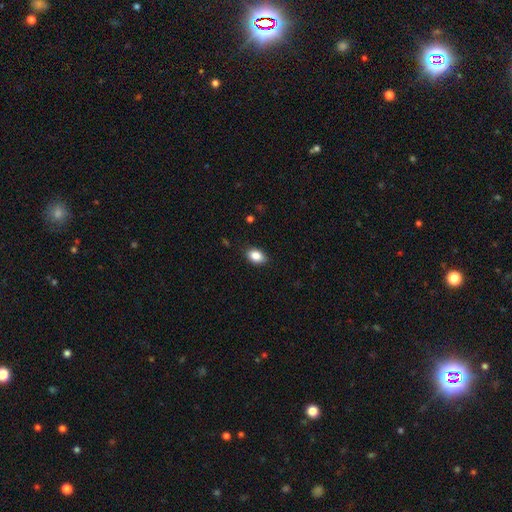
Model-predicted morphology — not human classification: A smooth galaxy with no disk features (86%) that is in between round and cigar-shaped (86%).

Vote fractions:
- Smooth or featured? smooth: 86% / star or artifact: 8% / featured or disk: 6%
- How rounded? in between: 86% / round: 13% / cigar-shaped: 2%
- Merging? none: 85% / minor disturbance: 12% / major disturbance: 2% / merger: 1%